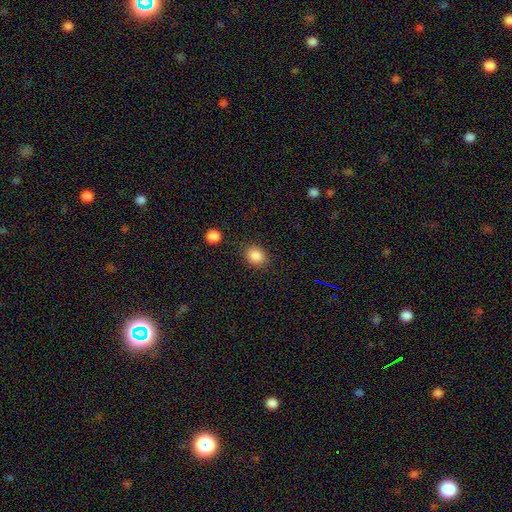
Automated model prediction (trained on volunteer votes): smooth-or-featured: smooth: 87% | star or artifact: 9% | featured or disk: 4%
  how-rounded: round: 51% | in between: 48% | cigar-shaped: 1%
  merging: none: 84% | minor disturbance: 10% | major disturbance: 3% | merger: 3%